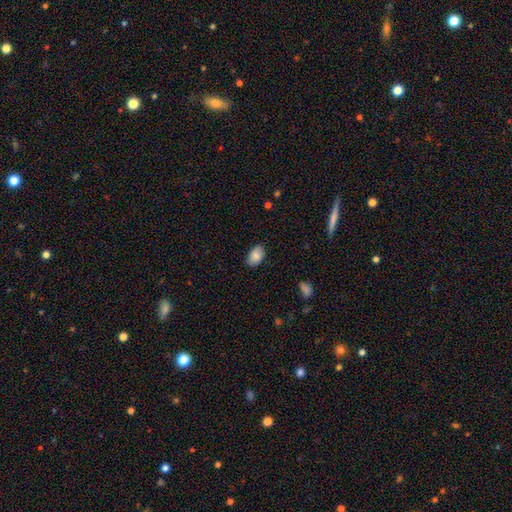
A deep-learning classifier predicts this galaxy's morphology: Smooth or featured? smooth (84%)
How rounded? in between (91%)
Merging? none (83%)